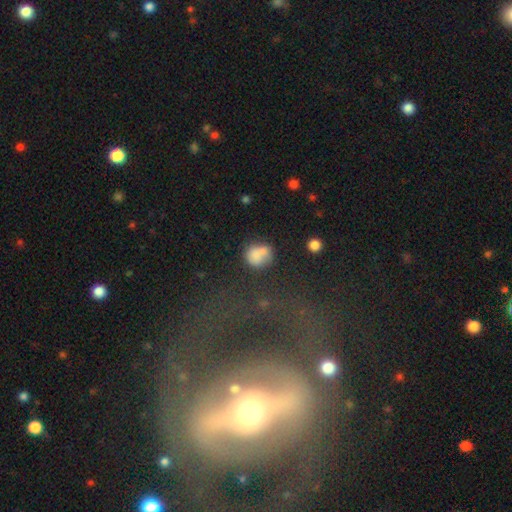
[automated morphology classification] A smooth galaxy with no disk features (74%) that is round (71%).

Vote fractions:
- Smooth or featured? smooth: 74% / featured or disk: 16% / star or artifact: 10%
- How rounded? round: 71% / in between: 28% / cigar-shaped: 1%
- Merging? none: 41% / merger: 33% / minor disturbance: 17% / major disturbance: 9%